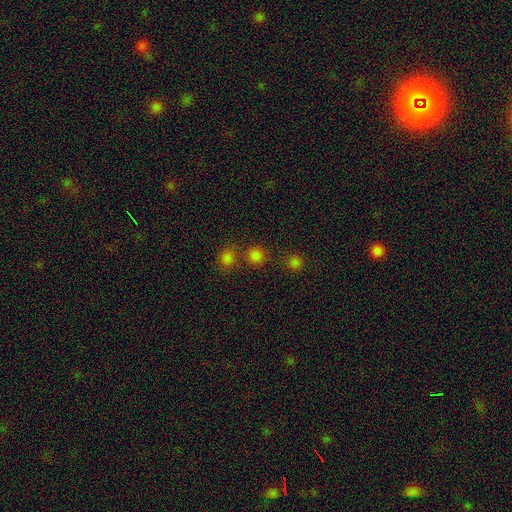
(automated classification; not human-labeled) Smooth or featured?
  - smooth: 77% *
  - star or artifact: 18%
  - featured or disk: 4%
How rounded?
  - round: 91% *
  - in between: 8%
  - cigar-shaped: 1%
Merging?
  - none: 69% *
  - merger: 20%
  - minor disturbance: 7%
  - major disturbance: 4%